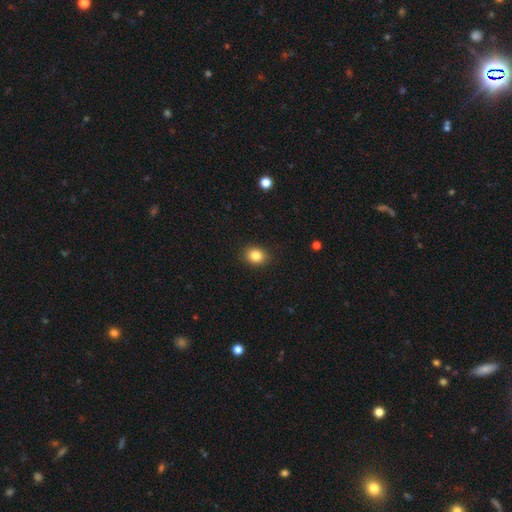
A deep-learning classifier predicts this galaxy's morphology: smooth-or-featured: smooth: 85% | star or artifact: 10% | featured or disk: 5%
  how-rounded: round: 52% | in between: 47% | cigar-shaped: 1%
  merging: none: 89% | minor disturbance: 8% | major disturbance: 2% | merger: 1%